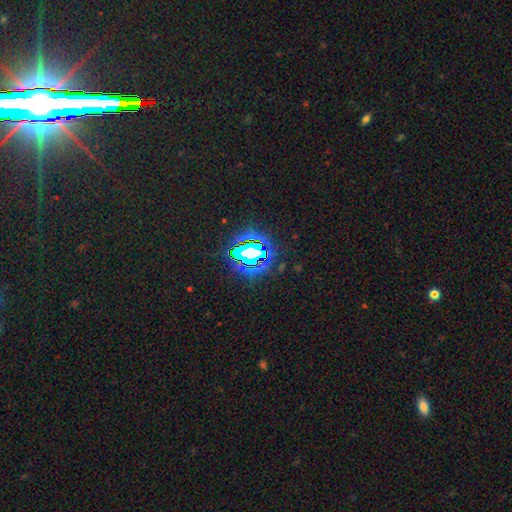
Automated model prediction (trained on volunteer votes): The model was most divided on "smooth or featured": star or artifact: 76%, smooth: 13%, featured or disk: 11%.